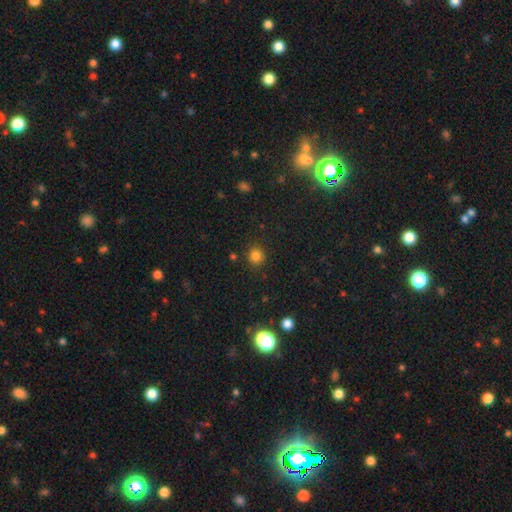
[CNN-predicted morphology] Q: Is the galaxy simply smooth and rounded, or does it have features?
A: smooth — 81%.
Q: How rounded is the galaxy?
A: round — 90%.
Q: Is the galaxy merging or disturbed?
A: none — 88%.